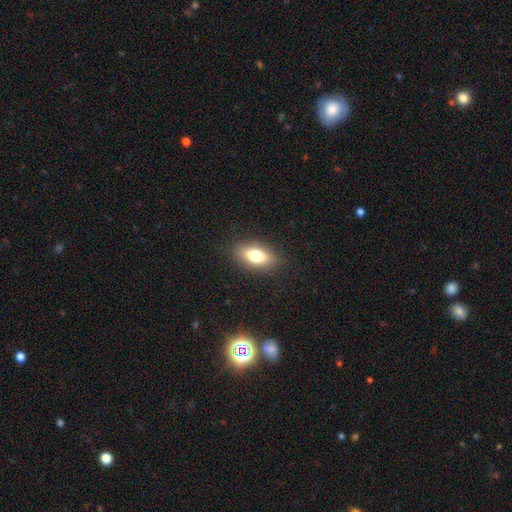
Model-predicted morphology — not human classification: Smooth or featured: smooth — 74% (featured or disk — 17%)
How rounded: in between — 83% (cigar-shaped — 10%)
Merging: none — 87% (minor disturbance — 9%)